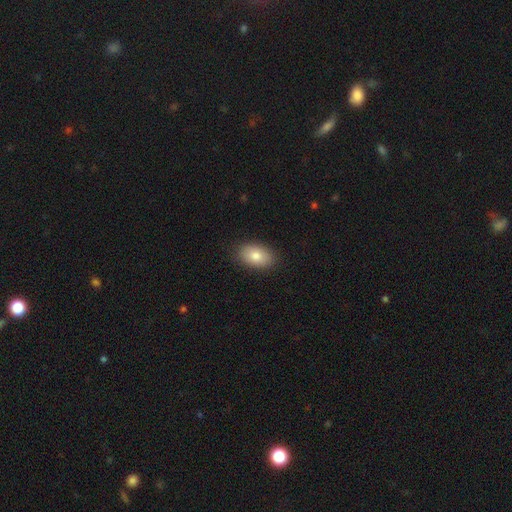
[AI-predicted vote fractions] Q: Smooth or featured?
A: smooth (82%); runner-up: featured or disk (11%)
Q: How rounded?
A: in between (90%); runner-up: round (9%)
Q: Merging?
A: none (87%); runner-up: minor disturbance (9%)